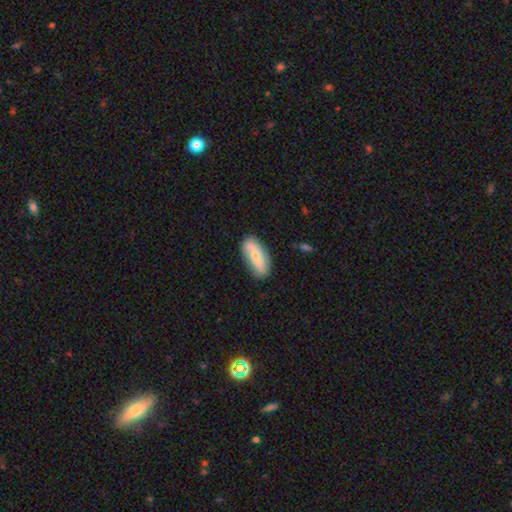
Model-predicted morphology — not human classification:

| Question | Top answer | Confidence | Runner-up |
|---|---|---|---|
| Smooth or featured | smooth | 54% | featured or disk (40%) |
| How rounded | in between | 82% | cigar-shaped (15%) |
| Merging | none | 79% | minor disturbance (16%) |